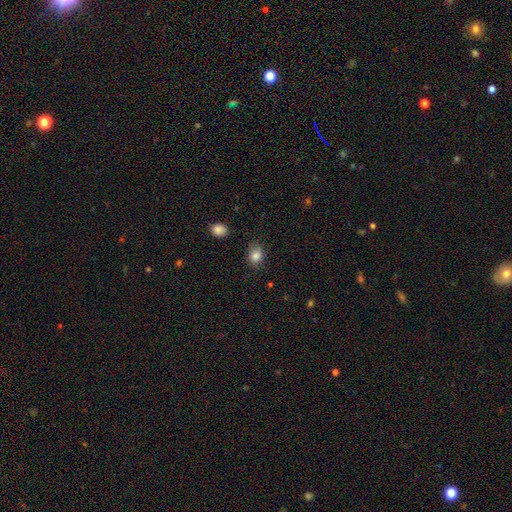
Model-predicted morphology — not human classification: smooth-or-featured: smooth: 85% | star or artifact: 10% | featured or disk: 5%
  how-rounded: in between: 53% | round: 46% | cigar-shaped: 1%
  merging: none: 77% | minor disturbance: 18% | major disturbance: 3% | merger: 2%